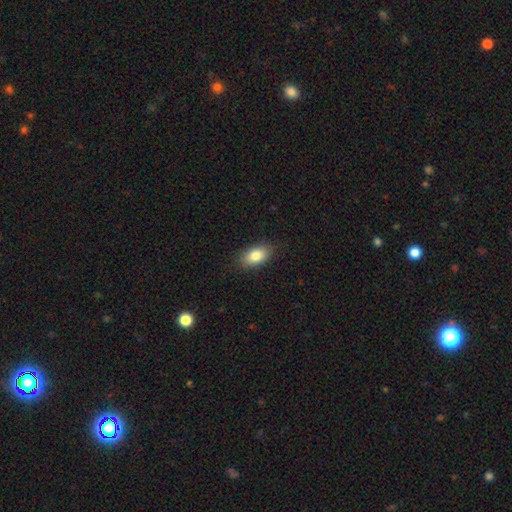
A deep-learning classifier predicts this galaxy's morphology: Smooth or featured? Predicted: smooth (p=0.82). How rounded? Predicted: in between (p=0.91). Merging? Predicted: none (p=0.87).